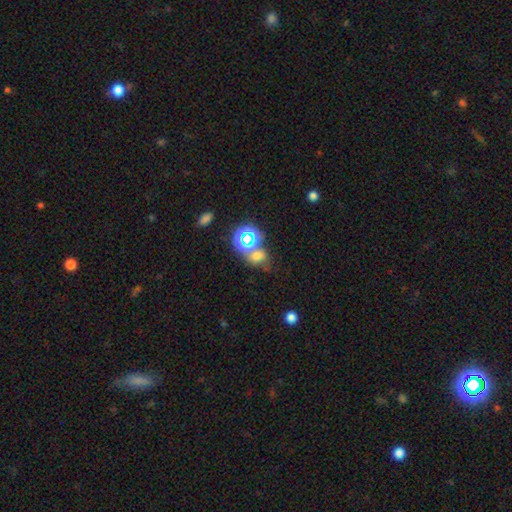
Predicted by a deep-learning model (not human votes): Q: Smooth or featured?
A: smooth (55%); runner-up: star or artifact (34%)
Q: How rounded?
A: round (54%); runner-up: in between (45%)
Q: Merging?
A: none (50%); runner-up: merger (30%)